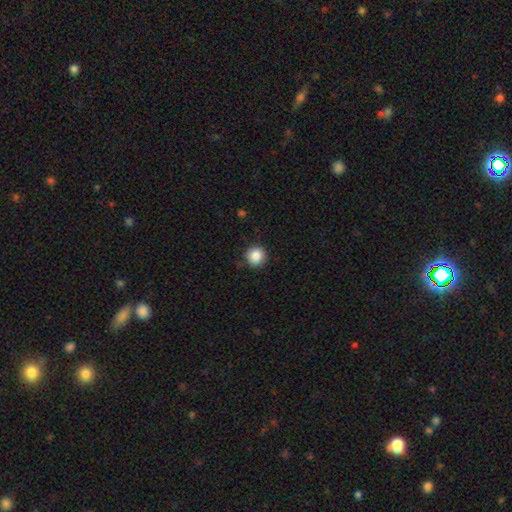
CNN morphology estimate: smooth_or_featured: smooth (p=0.87) [alt: star or artifact p=0.09]
how_rounded: round (p=0.94) [alt: in between p=0.05]
merging: none (p=0.88) [alt: minor disturbance p=0.09]